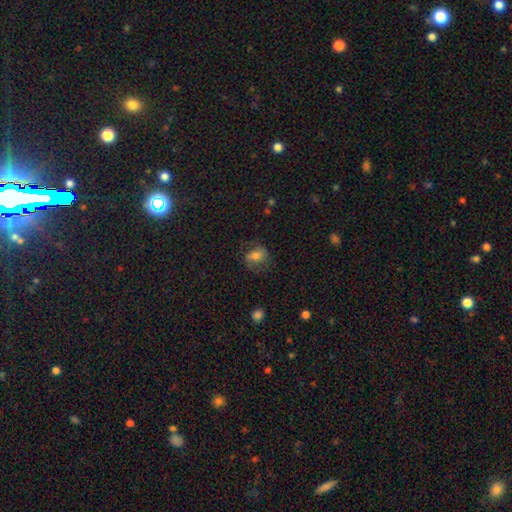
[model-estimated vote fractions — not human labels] This is possibly a smooth galaxy (60%). How rounded: possibly round (51%). Merging: likely none (63%).